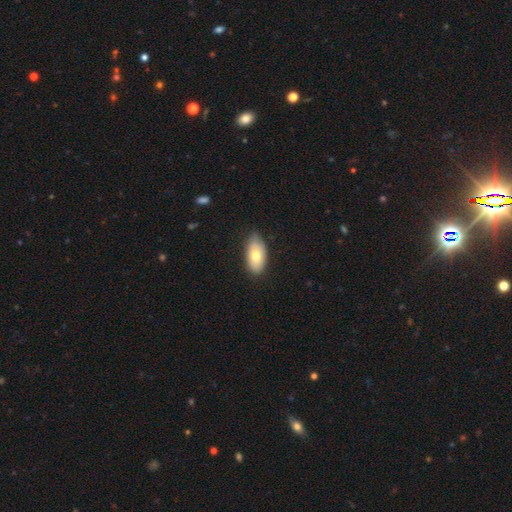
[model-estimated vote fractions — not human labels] smooth_or_featured: smooth (p=0.70) [alt: featured or disk p=0.23]
how_rounded: in between (p=0.92) [alt: round p=0.04]
merging: none (p=0.74) [alt: minor disturbance p=0.21]